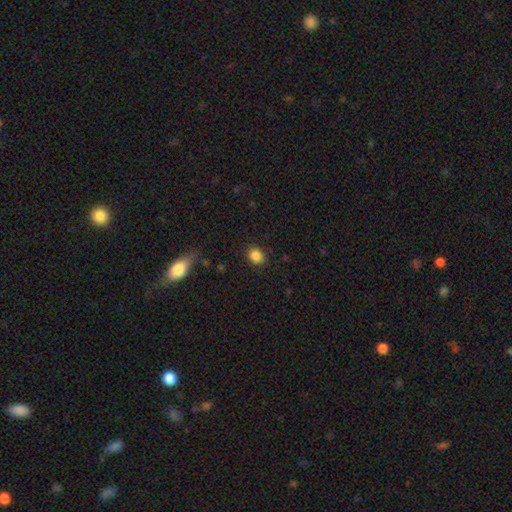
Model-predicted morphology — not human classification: type=smooth (86%); roundness=round (66%); merging=none (88%).